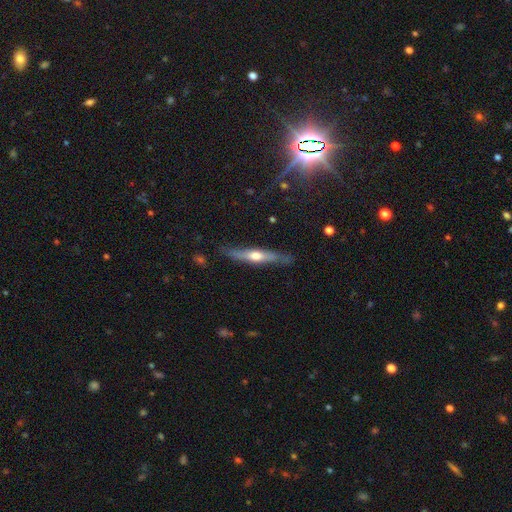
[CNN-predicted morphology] This appears to be a featured or disk galaxy (58%) viewed edge-on (89%) with a rounded central bulge (84%). Merging: none (79%).